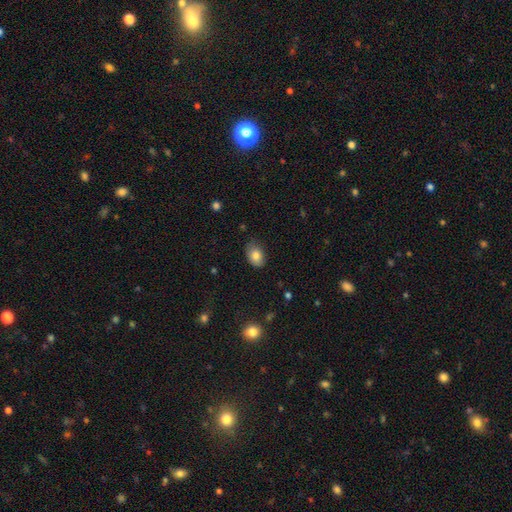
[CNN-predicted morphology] Smooth or featured? smooth (82%)
How rounded? in between (82%)
Merging? none (73%)